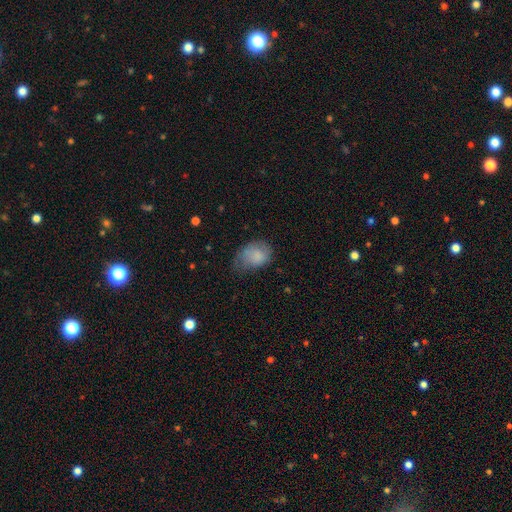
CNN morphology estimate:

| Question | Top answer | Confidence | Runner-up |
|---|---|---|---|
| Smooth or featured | smooth | 82% | featured or disk (10%) |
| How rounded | in between | 72% | round (27%) |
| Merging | none | 41% | minor disturbance (39%) |